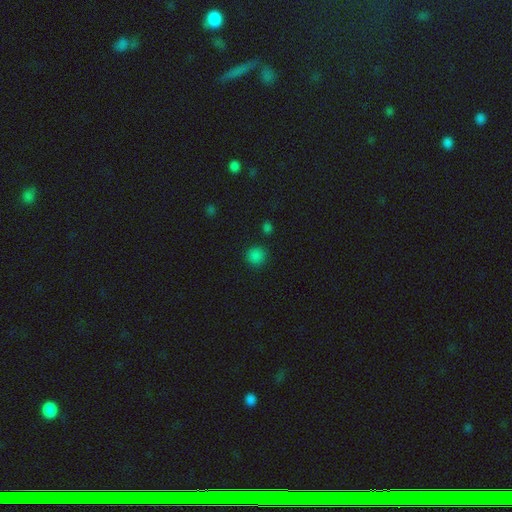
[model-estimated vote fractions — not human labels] smooth-or-featured: smooth: 82% | star or artifact: 15% | featured or disk: 3%
  how-rounded: round: 91% | in between: 8% | cigar-shaped: 1%
  merging: none: 87% | minor disturbance: 8% | merger: 3% | major disturbance: 3%